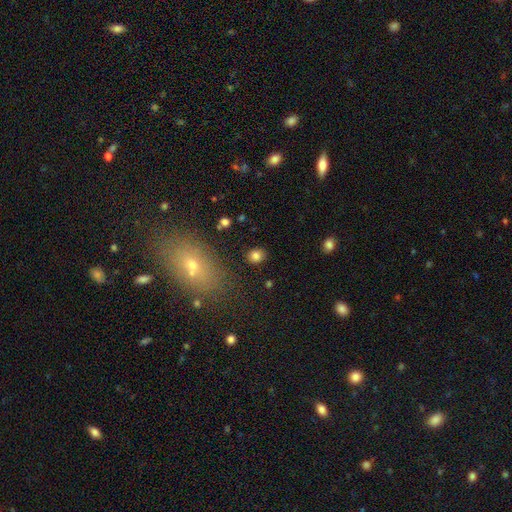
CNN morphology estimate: A smooth galaxy with no disk features (81%) that is round (71%). Merging: none (87%).